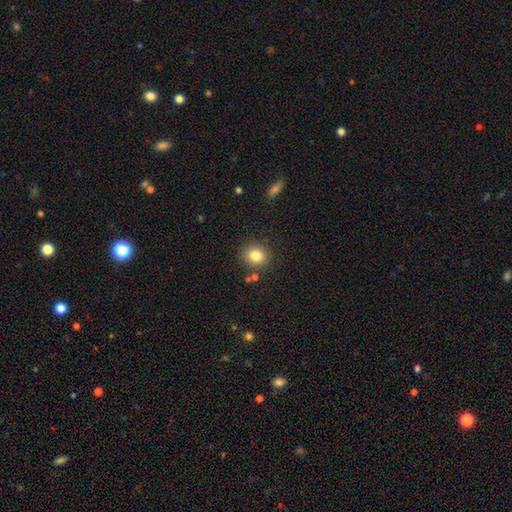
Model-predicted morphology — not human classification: Smooth or featured: smooth — 82% (star or artifact — 11%)
How rounded: round — 84% (in between — 15%)
Merging: none — 84% (minor disturbance — 8%)